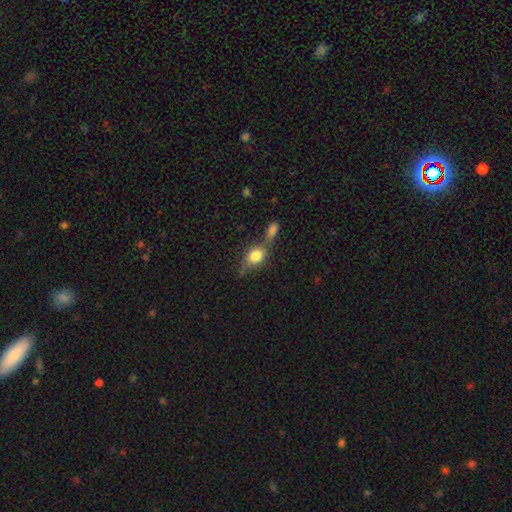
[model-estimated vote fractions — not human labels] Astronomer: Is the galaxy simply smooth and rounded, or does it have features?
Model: smooth — 77%.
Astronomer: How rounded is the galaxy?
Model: in between — 63%.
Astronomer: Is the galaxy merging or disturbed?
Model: none — 42% (runner-up: merger, 35%).